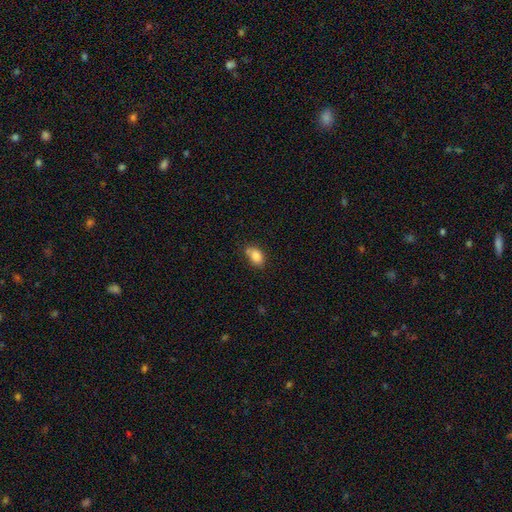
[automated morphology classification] A smooth galaxy with no disk features (85%) that is in between round and cigar-shaped (86%).

Vote fractions:
- Smooth or featured? smooth: 85% / star or artifact: 8% / featured or disk: 7%
- How rounded? in between: 86% / round: 12% / cigar-shaped: 2%
- Merging? none: 64% / minor disturbance: 23% / merger: 8% / major disturbance: 5%